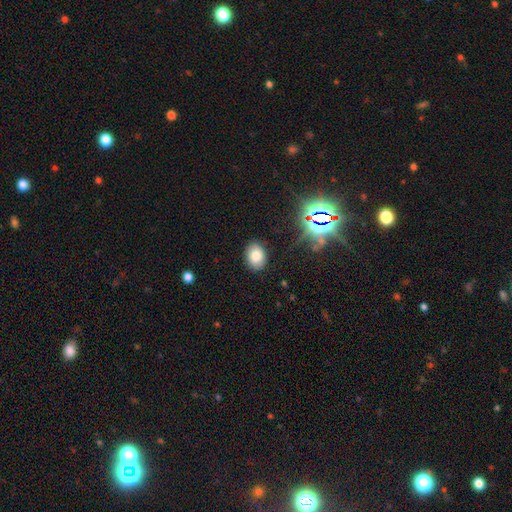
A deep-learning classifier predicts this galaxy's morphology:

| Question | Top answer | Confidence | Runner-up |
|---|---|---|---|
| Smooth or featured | smooth | 78% | star or artifact (14%) |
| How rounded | in between | 78% | round (21%) |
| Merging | none | 87% | minor disturbance (9%) |